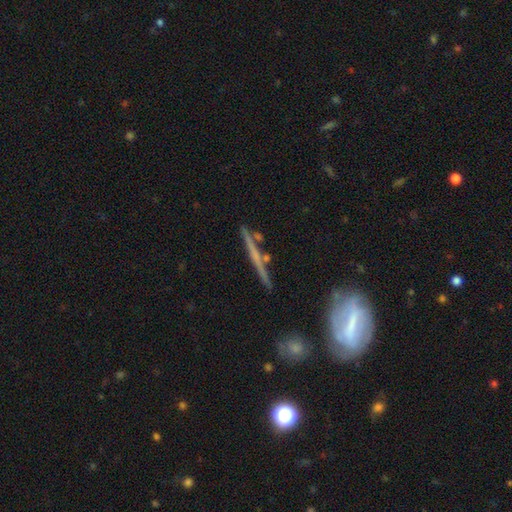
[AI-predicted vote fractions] The model was most divided on "smooth or featured": featured or disk: 68%, smooth: 24%, star or artifact: 8%. More confident: edge-on disk — yes (93%); merging — none (80%); edge-on bulge — none (73%).